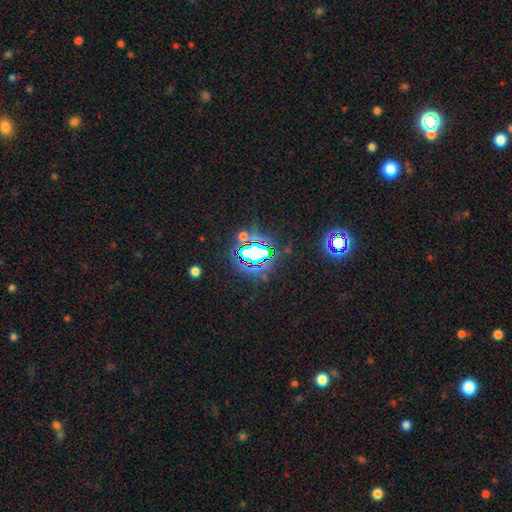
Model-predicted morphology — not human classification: Smooth or featured?
  - star or artifact: 72% *
  - smooth: 17%
  - featured or disk: 12%